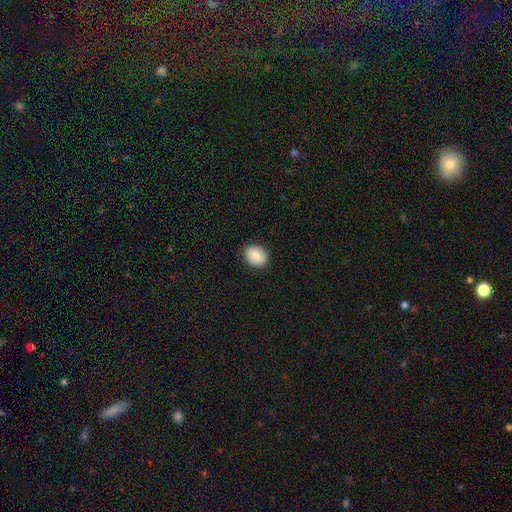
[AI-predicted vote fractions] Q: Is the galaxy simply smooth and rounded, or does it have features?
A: smooth — 83%.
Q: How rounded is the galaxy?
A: round — 54%.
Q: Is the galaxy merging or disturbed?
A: none — 89%.